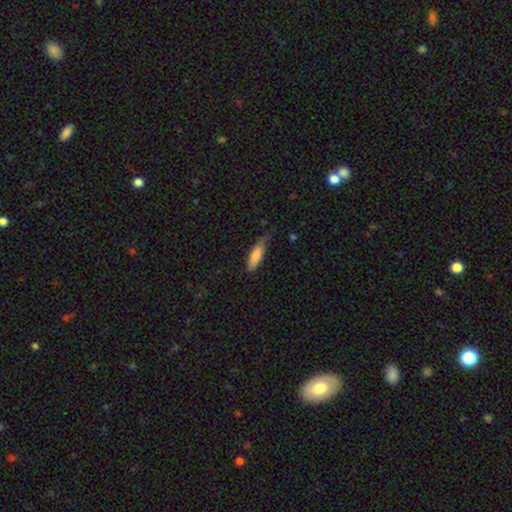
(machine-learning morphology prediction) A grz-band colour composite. It shows a smooth galaxy with no disk features (82%) that is cigar-shaped (58%). Merging: none (56%).